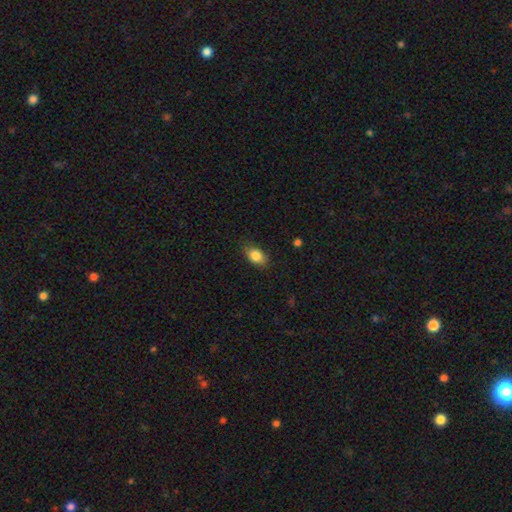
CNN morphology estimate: Smooth or featured?
  - smooth: 85% *
  - star or artifact: 8%
  - featured or disk: 7%
How rounded?
  - in between: 84% *
  - round: 14%
  - cigar-shaped: 2%
Merging?
  - none: 82% *
  - minor disturbance: 14%
  - major disturbance: 3%
  - merger: 1%